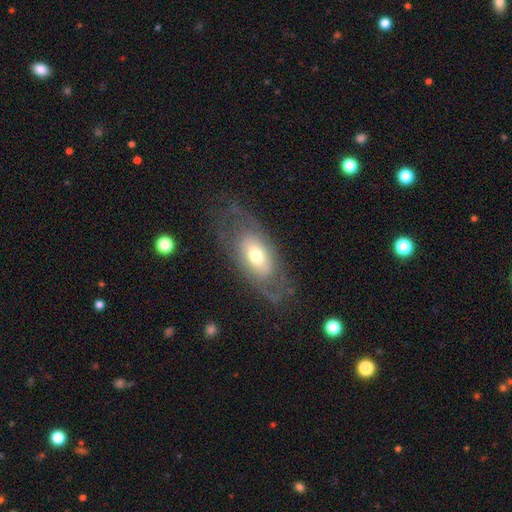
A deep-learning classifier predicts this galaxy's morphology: type=featured or disk (54%); edge-on=no (85%); merging=none (63%).